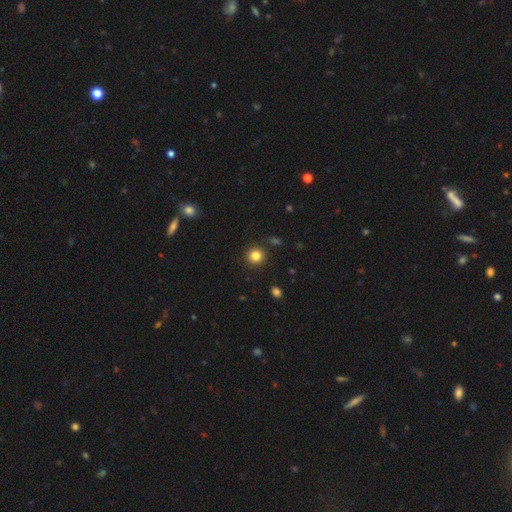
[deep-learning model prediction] Q: Smooth or featured?
A: smooth (83%); runner-up: star or artifact (12%)
Q: How rounded?
A: round (93%); runner-up: in between (6%)
Q: Merging?
A: none (91%); runner-up: minor disturbance (6%)